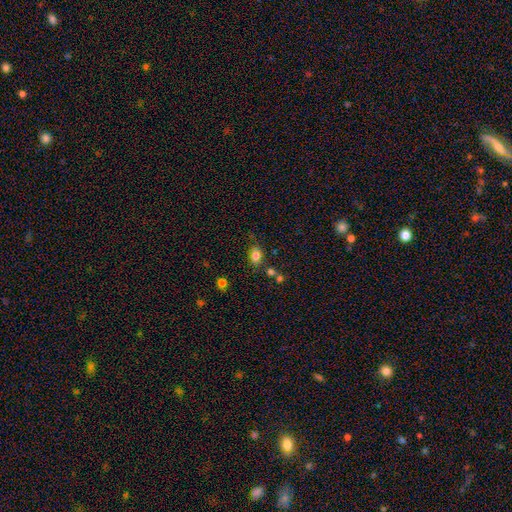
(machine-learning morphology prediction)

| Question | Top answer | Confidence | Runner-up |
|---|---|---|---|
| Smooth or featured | smooth | 83% | star or artifact (11%) |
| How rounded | in between | 68% | round (30%) |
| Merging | none | 76% | minor disturbance (14%) |